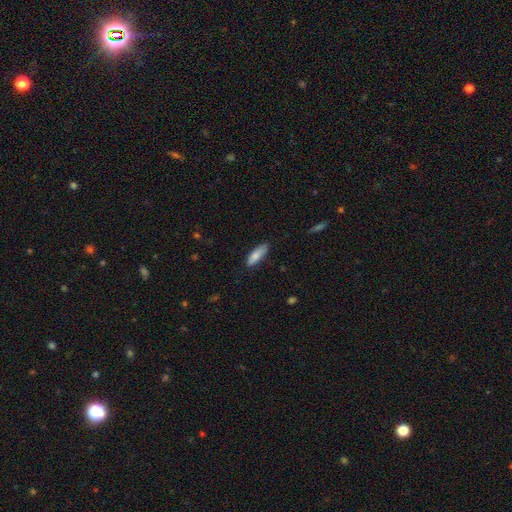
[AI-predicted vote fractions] A smooth galaxy with no disk features (82%) that is in between round and cigar-shaped (54%).

Vote fractions:
- Smooth or featured? smooth: 82% / featured or disk: 12% / star or artifact: 6%
- How rounded? in between: 54% / cigar-shaped: 44% / round: 2%
- Merging? none: 79% / minor disturbance: 17% / major disturbance: 3% / merger: 1%